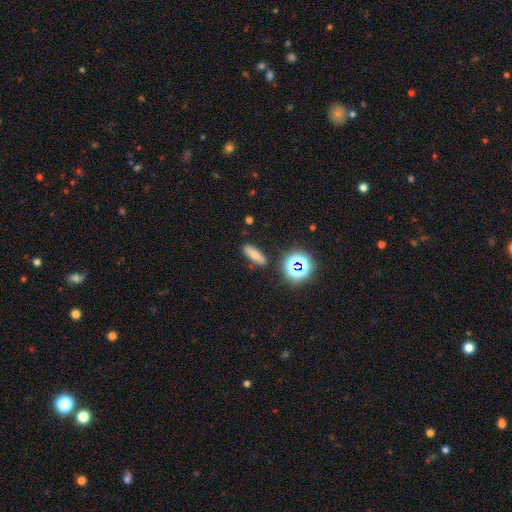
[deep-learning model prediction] A smooth galaxy with no disk features (65%) that is cigar-shaped (47%). Merging: none (86%).